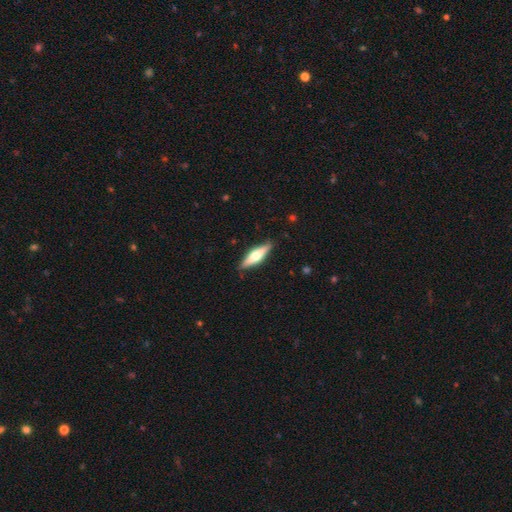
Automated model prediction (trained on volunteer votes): smooth_or_featured: featured or disk (p=0.53) [alt: smooth p=0.41]
disk_edge_on: yes (p=0.94) [alt: no p=0.06]
edge_on_bulge: rounded (p=0.91) [alt: boxy p=0.06]
merging: none (p=0.88) [alt: minor disturbance p=0.09]